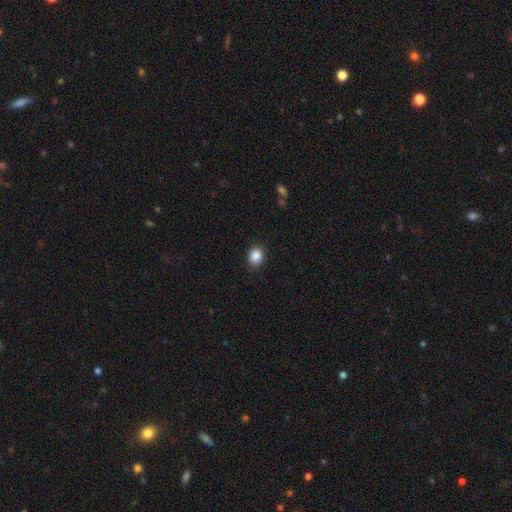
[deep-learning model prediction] Smooth or featured? Predicted: smooth (p=0.88). How rounded? Predicted: round (p=0.50). Merging? Predicted: none (p=0.89).